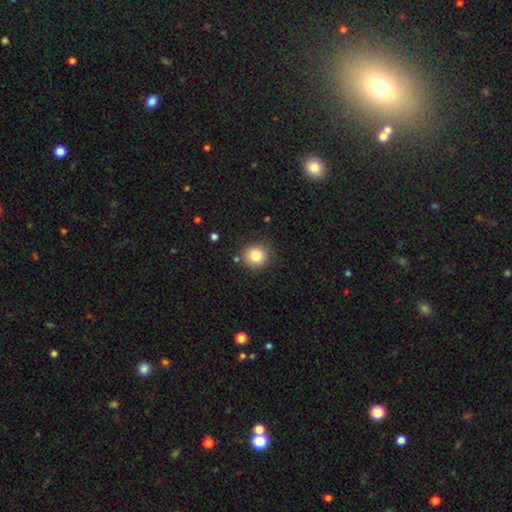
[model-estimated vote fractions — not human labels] This appears to be a smooth galaxy with no disk features (82%) that is round (92%). Merging: none (85%).